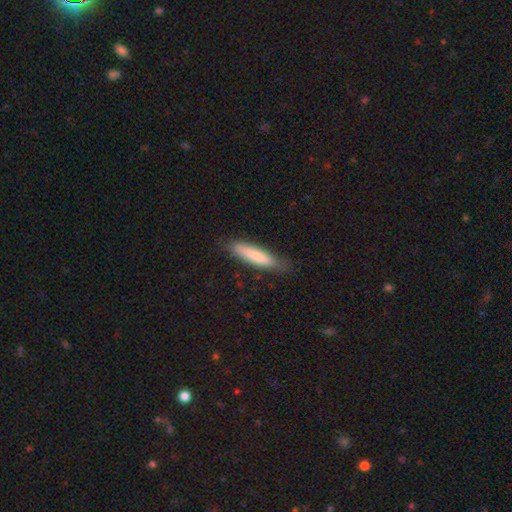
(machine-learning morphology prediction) smooth 80%, featured or disk 14%, star or artifact 6%. Down the decision tree: how rounded — cigar-shaped (83%); merging — none (81%).